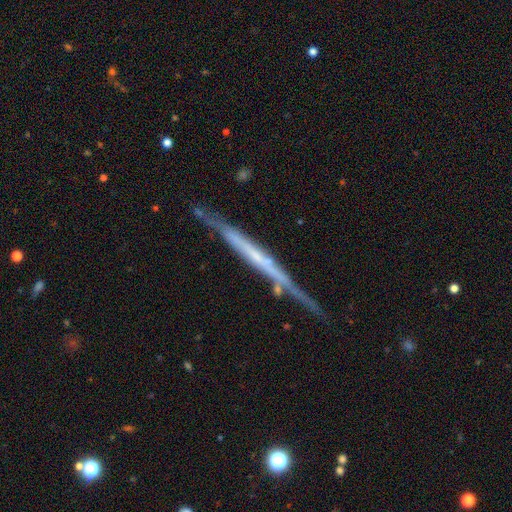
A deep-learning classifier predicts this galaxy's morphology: smooth_or_featured: featured or disk (p=0.73) [alt: smooth p=0.21]
disk_edge_on: yes (p=0.95) [alt: no p=0.05]
edge_on_bulge: none (p=0.74) [alt: rounded p=0.18]
merging: none (p=0.74) [alt: minor disturbance p=0.18]